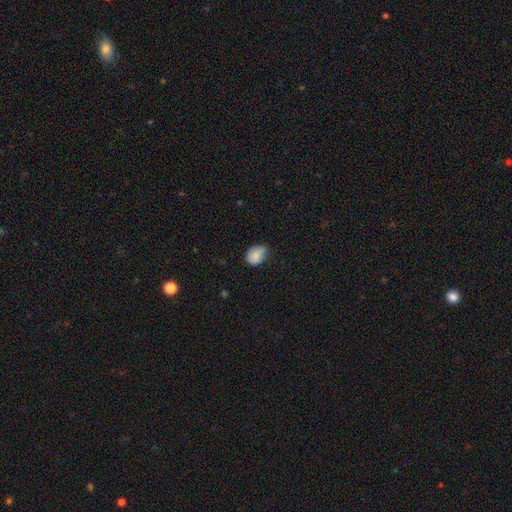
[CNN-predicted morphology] This appears to be a smooth galaxy with no disk features (78%) that is in between round and cigar-shaped (63%). Merging: none (50%).